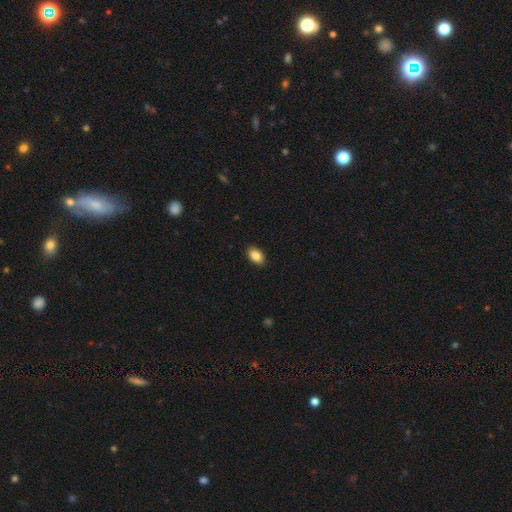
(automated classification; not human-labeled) Q: Smooth or featured?
A: smooth (87%); runner-up: star or artifact (8%)
Q: How rounded?
A: in between (87%); runner-up: round (11%)
Q: Merging?
A: none (89%); runner-up: minor disturbance (8%)